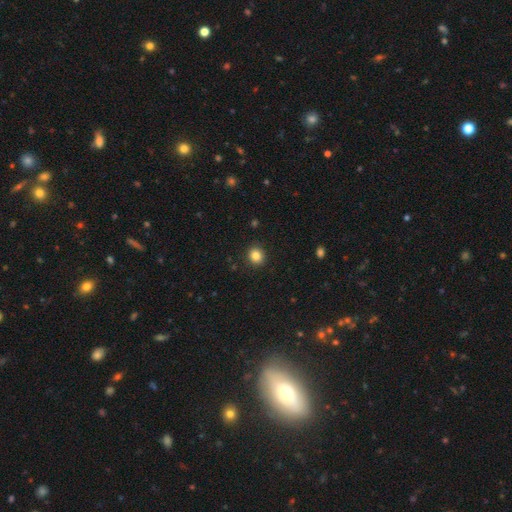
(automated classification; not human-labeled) Q: Smooth or featured?
A: smooth (84%); runner-up: star or artifact (11%)
Q: How rounded?
A: round (77%); runner-up: in between (22%)
Q: Merging?
A: none (90%); runner-up: minor disturbance (7%)